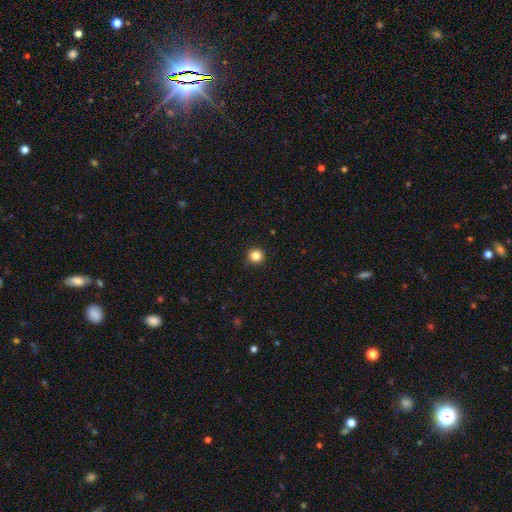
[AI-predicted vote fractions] smooth 85%, star or artifact 11%, featured or disk 4%. Down the decision tree: how rounded — round (94%); merging — none (93%).